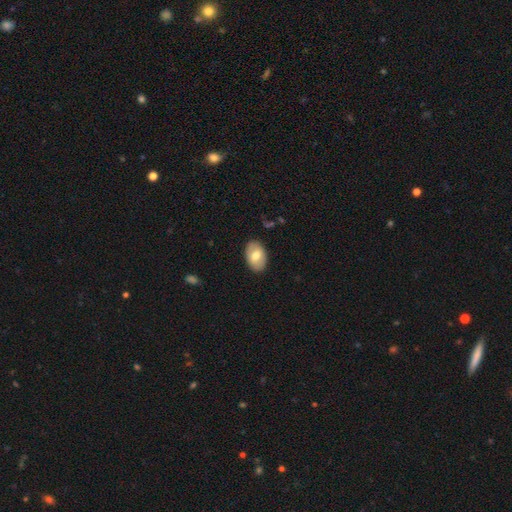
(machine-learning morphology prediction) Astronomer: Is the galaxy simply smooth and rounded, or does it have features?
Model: smooth — 66%.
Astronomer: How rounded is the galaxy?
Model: in between — 88%.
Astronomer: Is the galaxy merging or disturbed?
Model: none — 86%.